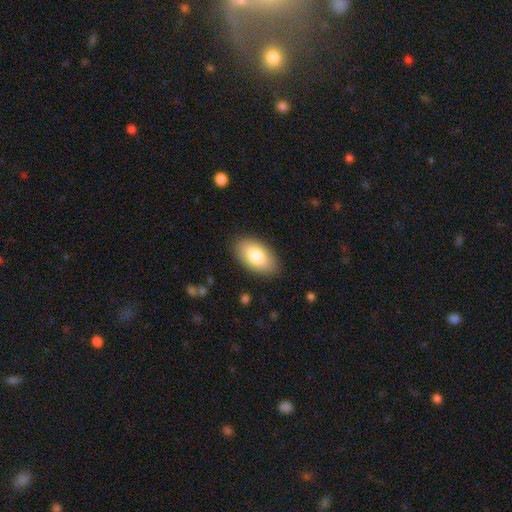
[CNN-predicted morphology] This appears to be a smooth galaxy with no disk features (81%) that is in between round and cigar-shaped (94%). Merging: none (87%).